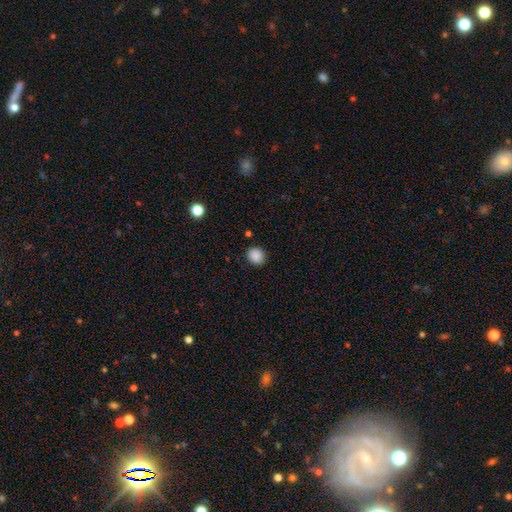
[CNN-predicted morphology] The model was most divided on "how rounded": round: 78%, in between: 21%, cigar-shaped: 1%. More confident: merging — none (89%); smooth or featured — smooth (88%).